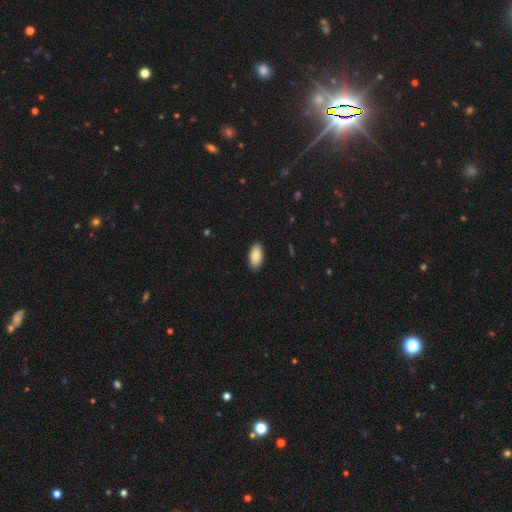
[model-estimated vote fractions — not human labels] This is clearly a smooth galaxy (88%). How rounded: clearly in between (94%). Merging: clearly none (89%).